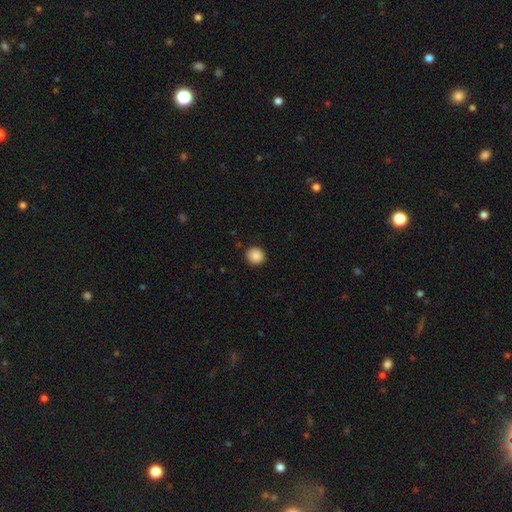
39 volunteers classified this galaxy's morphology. Q: Smooth or featured?
A: smooth (85%); runner-up: star or artifact (10%)
Q: How rounded?
A: round (79%); runner-up: in between (21%)
Q: Merging?
A: none (83%); runner-up: minor disturbance (11%)